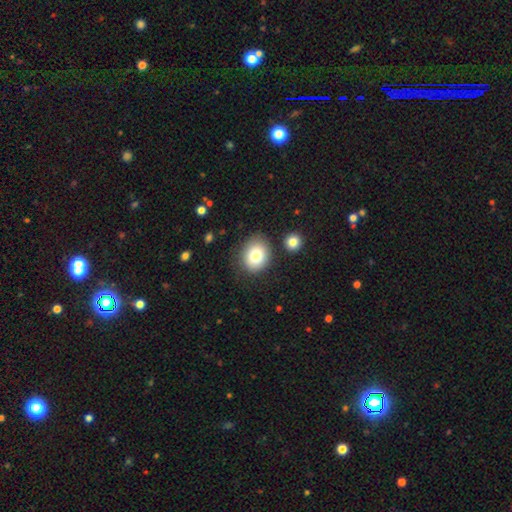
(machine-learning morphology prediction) type=smooth (78%); roundness=round (65%); merging=none (78%).